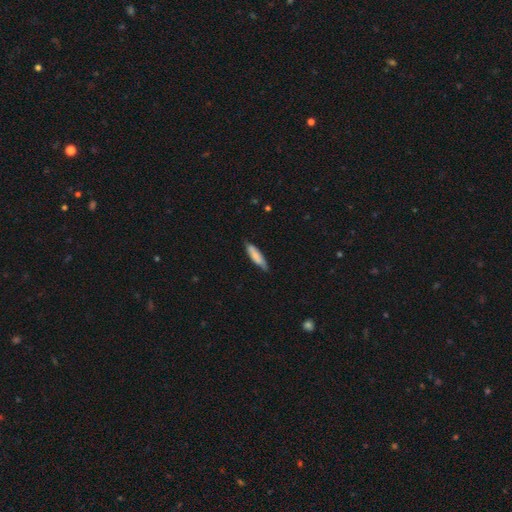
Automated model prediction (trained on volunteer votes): Q: Smooth or featured?
A: smooth (73%); runner-up: featured or disk (22%)
Q: How rounded?
A: cigar-shaped (67%); runner-up: in between (31%)
Q: Merging?
A: none (78%); runner-up: minor disturbance (18%)